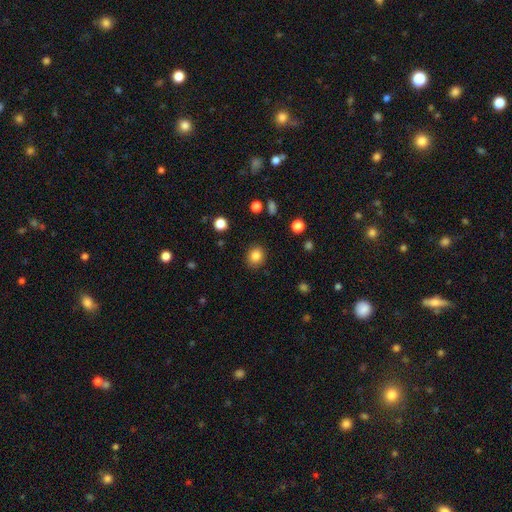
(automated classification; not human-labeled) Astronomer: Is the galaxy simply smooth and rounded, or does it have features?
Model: smooth — 84%.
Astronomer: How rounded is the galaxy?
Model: round — 76%.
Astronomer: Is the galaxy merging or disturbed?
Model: none — 88%.